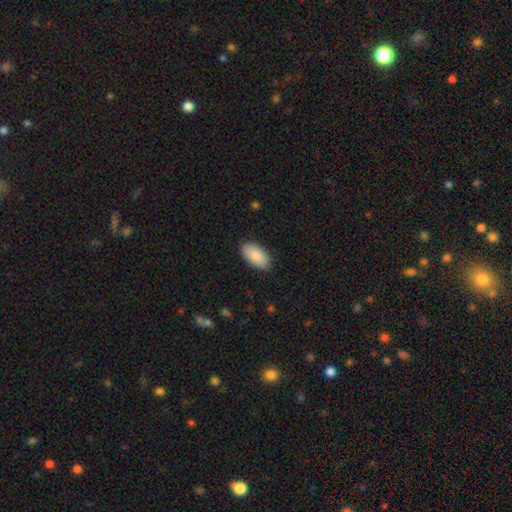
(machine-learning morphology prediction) A smooth galaxy with no disk features (85%) that is in between round and cigar-shaped (95%).

Vote fractions:
- Smooth or featured? smooth: 85% / featured or disk: 9% / star or artifact: 6%
- How rounded? in between: 95% / cigar-shaped: 3% / round: 2%
- Merging? none: 87% / minor disturbance: 10% / major disturbance: 2% / merger: 1%